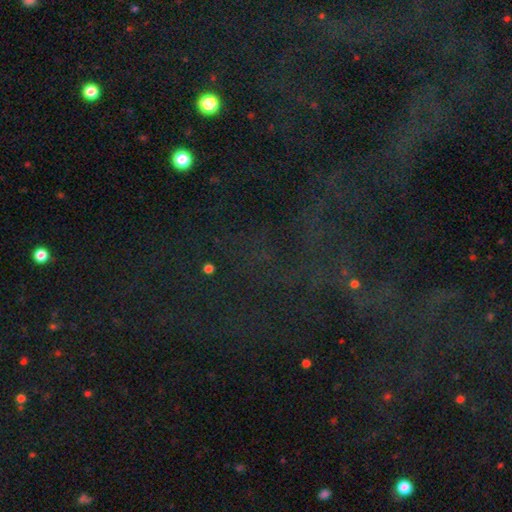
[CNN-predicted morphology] A star or artifact, not a galaxy (78%).